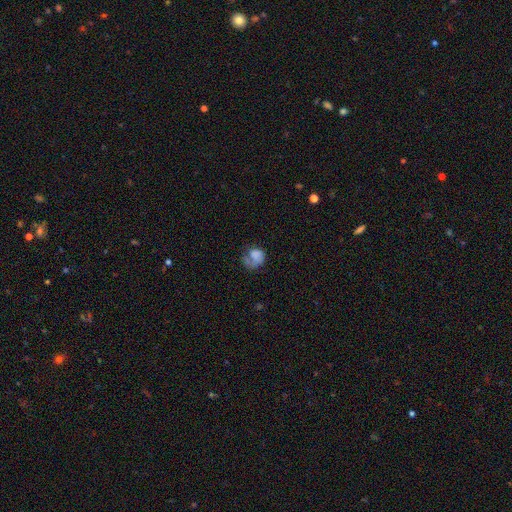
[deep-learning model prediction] Overall: smooth (57%; featured or disk 33%). How rounded: round (58%; in between 41%). Merging: major disturbance (42%; none 31%).